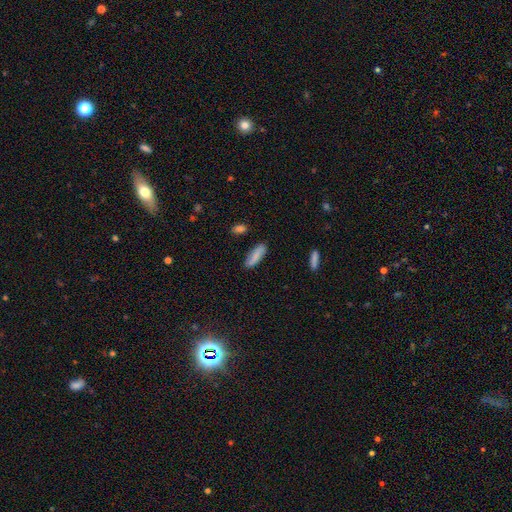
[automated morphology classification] Q: Smooth or featured?
A: smooth (81%); runner-up: featured or disk (13%)
Q: How rounded?
A: in between (55%); runner-up: cigar-shaped (43%)
Q: Merging?
A: none (81%); runner-up: minor disturbance (14%)